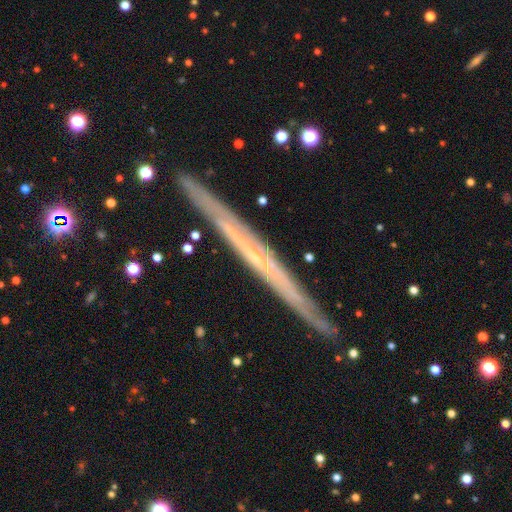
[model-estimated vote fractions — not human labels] smooth-or-featured: featured or disk: 74% | smooth: 18% | star or artifact: 8%
  disk-edge-on: yes: 96% | no: 4%
    edge-on-bulge: none: 74% | rounded: 22% | boxy: 3%
  merging: none: 89% | minor disturbance: 8% | major disturbance: 1% | merger: 1%